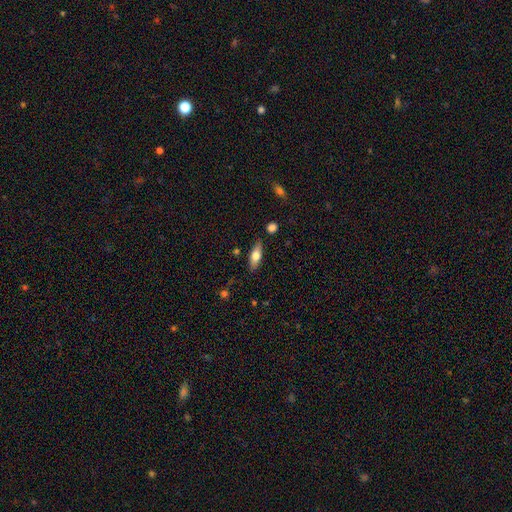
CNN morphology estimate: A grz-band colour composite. It shows a smooth galaxy with no disk features (65%) that is in between round and cigar-shaped (66%). Merging: none (84%).